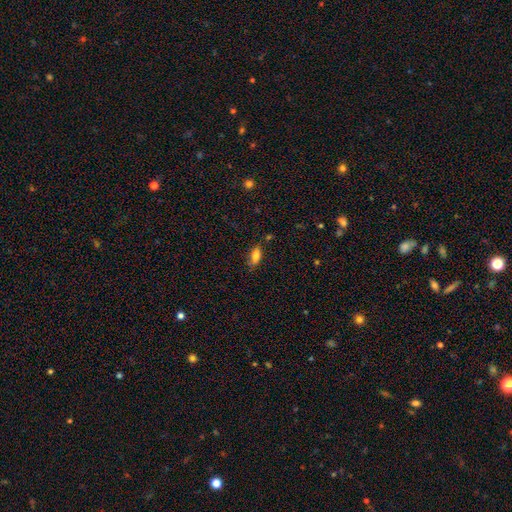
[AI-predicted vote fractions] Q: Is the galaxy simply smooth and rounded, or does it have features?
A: smooth — 79%.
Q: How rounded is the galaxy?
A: in between — 83%.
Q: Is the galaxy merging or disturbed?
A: none — 76%.